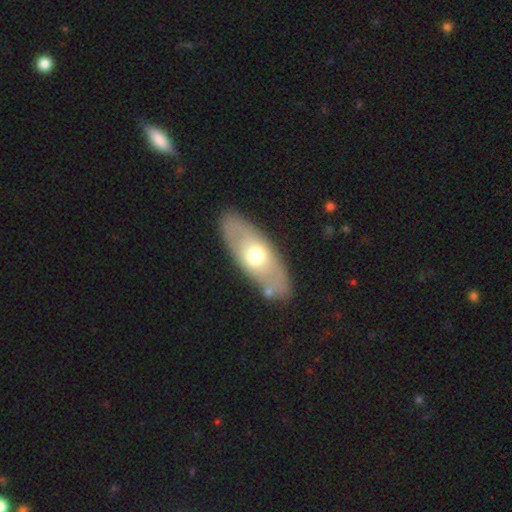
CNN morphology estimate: smooth-or-featured: smooth: 50% | featured or disk: 44% | star or artifact: 6%
  how-rounded: in between: 78% | cigar-shaped: 17% | round: 4%
  merging: none: 81% | minor disturbance: 11% | major disturbance: 4% | merger: 3%